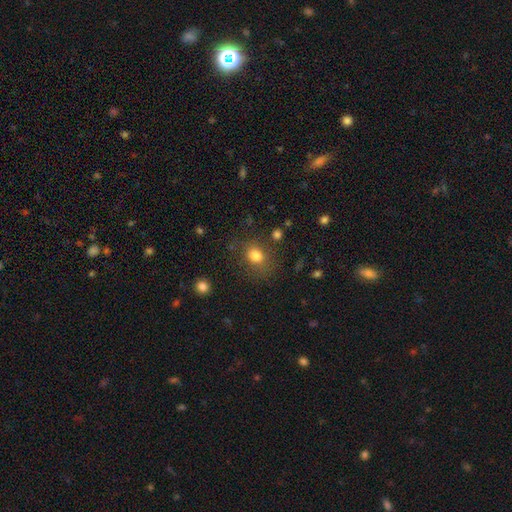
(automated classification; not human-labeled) Smooth or featured?
  - smooth: 80% *
  - star or artifact: 13%
  - featured or disk: 7%
How rounded?
  - round: 59% *
  - in between: 40%
  - cigar-shaped: 1%
Merging?
  - none: 75% *
  - minor disturbance: 15%
  - major disturbance: 7%
  - merger: 3%